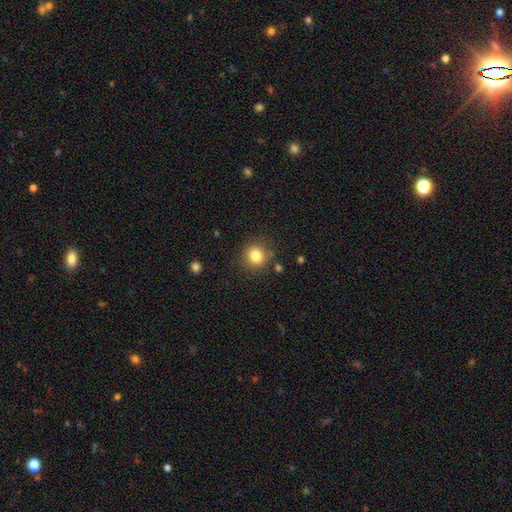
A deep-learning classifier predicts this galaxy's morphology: smooth_or_featured: smooth (p=0.83) [alt: star or artifact p=0.11]
how_rounded: round (p=0.85) [alt: in between p=0.14]
merging: none (p=0.84) [alt: minor disturbance p=0.10]